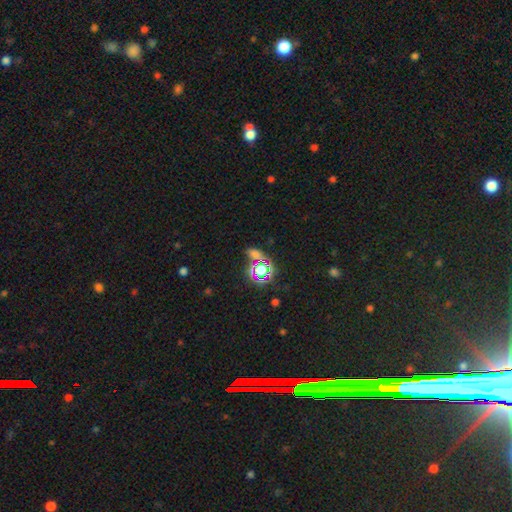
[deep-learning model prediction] Smooth or featured? star or artifact (66%)